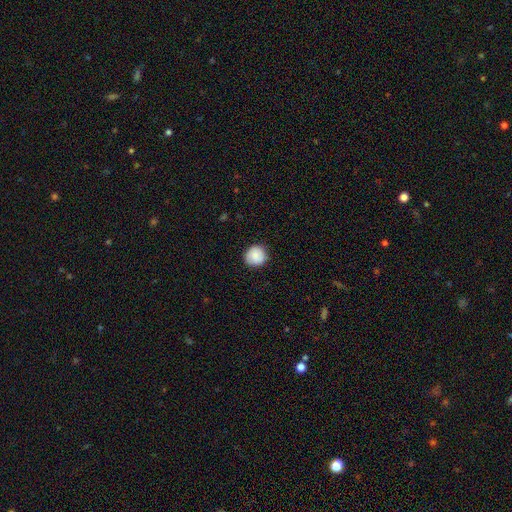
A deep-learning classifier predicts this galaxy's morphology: A smooth galaxy with no disk features (83%) that is round (91%).

Vote fractions:
- Smooth or featured? smooth: 83% / featured or disk: 9% / star or artifact: 7%
- How rounded? round: 91% / in between: 8% / cigar-shaped: 1%
- Merging? none: 86% / minor disturbance: 11% / major disturbance: 2% / merger: 1%